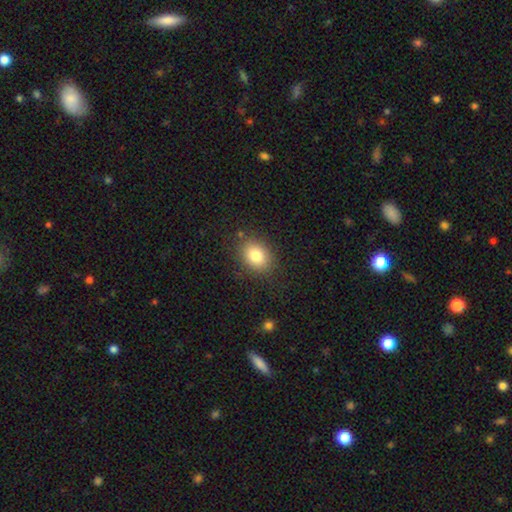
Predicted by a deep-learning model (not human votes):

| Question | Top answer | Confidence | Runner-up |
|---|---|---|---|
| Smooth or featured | smooth | 82% | star or artifact (10%) |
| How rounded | in between | 56% | round (43%) |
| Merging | none | 83% | minor disturbance (11%) |